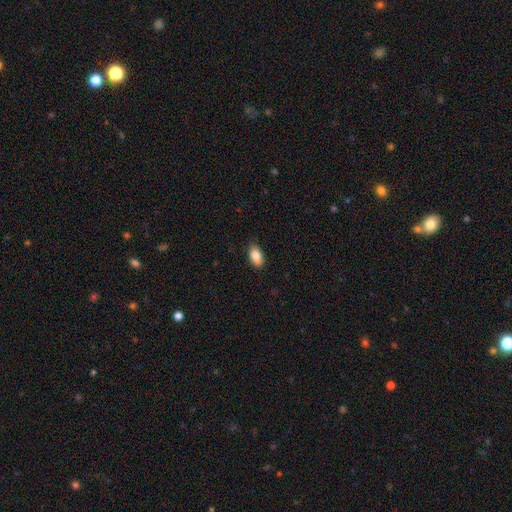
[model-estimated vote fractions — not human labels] smooth 86%, star or artifact 7%, featured or disk 7%. Down the decision tree: how rounded — in between (92%); merging — none (86%).